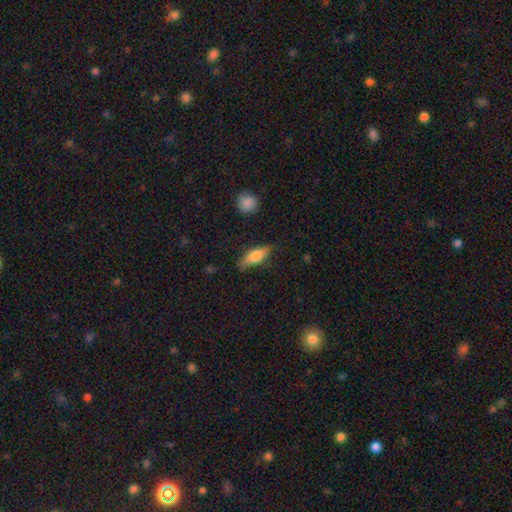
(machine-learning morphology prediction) smooth-or-featured: smooth: 66% | featured or disk: 27% | star or artifact: 7%
  how-rounded: in between: 57% | cigar-shaped: 40% | round: 3%
  merging: none: 77% | minor disturbance: 17% | major disturbance: 4% | merger: 2%